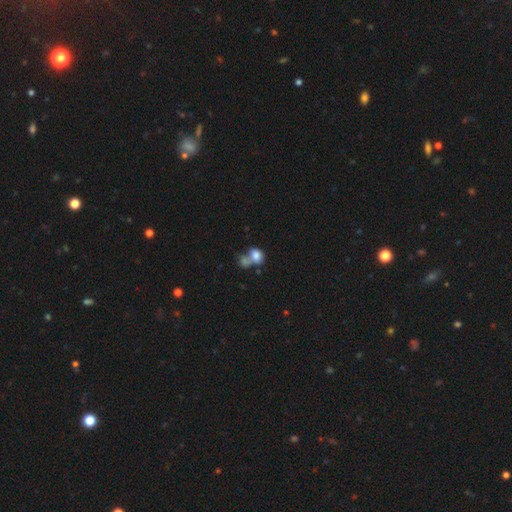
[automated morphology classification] Smooth or featured? smooth (78%)
How rounded? in between (55%)
Merging? merger (56%)